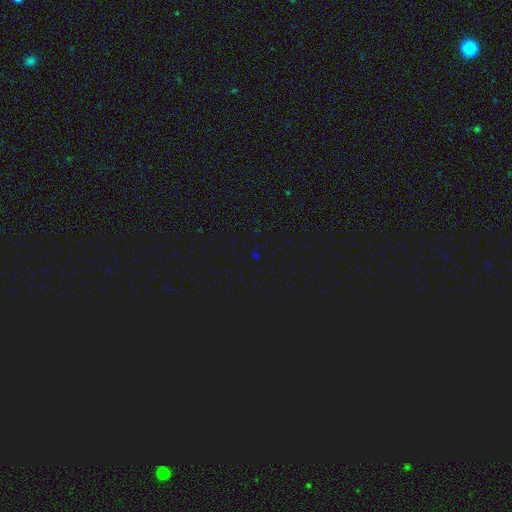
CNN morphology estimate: Overall: star or artifact (69%).